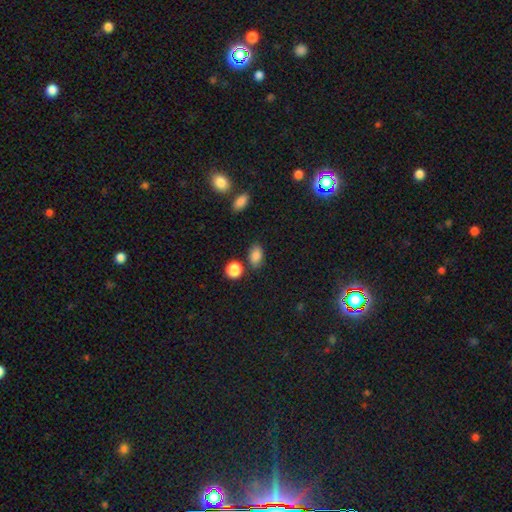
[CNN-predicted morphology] Smooth or featured? Predicted: smooth (p=0.85). How rounded? Predicted: in between (p=0.85). Merging? Predicted: none (p=0.77).